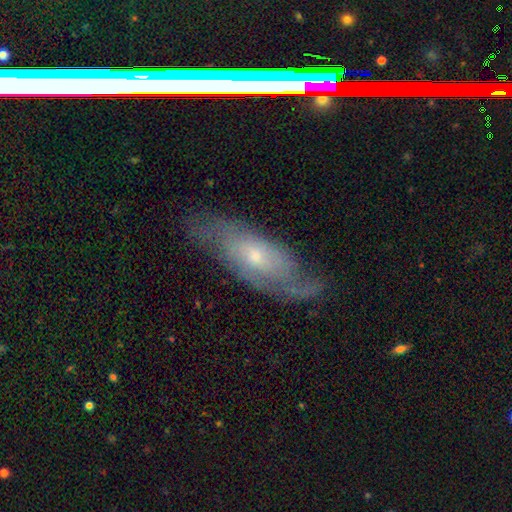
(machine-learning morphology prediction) A featured or disk galaxy (63%) with no bar (69%), spiral arms (78%) and a small central bulge (48%).

Vote fractions:
- Smooth or featured? featured or disk: 63% / smooth: 30% / star or artifact: 6%
- Edge-on disk? no: 81% / yes: 19%
- Bar? no: 69% / weak: 26% / strong: 4%
- Spiral arms? yes: 78% / no: 22%
- Bulge size? small: 48% / moderate: 46% / large: 3% / none: 2% / dominant: 1%
- Merging? none: 66% / minor disturbance: 22% / major disturbance: 10% / merger: 2%